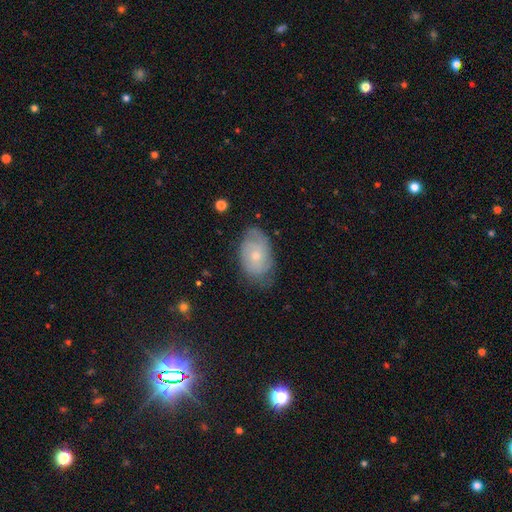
Smooth or featured? 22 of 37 (59%) said smooth. How rounded? 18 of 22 (82%) said in between. Merging? 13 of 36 (36%, tied with minor disturbance) said none.